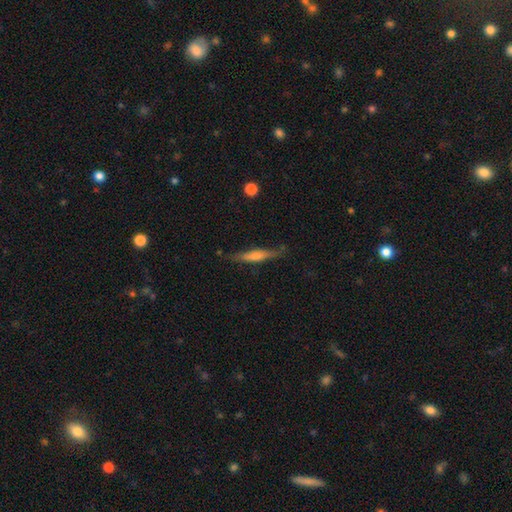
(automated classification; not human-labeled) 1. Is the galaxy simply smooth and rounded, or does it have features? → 60% featured or disk, 33% smooth, 7% star or artifact.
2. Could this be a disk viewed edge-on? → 95% yes, 5% no.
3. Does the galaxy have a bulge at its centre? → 66% rounded, 20% none, 14% boxy.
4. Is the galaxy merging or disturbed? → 82% none, 13% minor disturbance, 3% major disturbance, 2% merger.